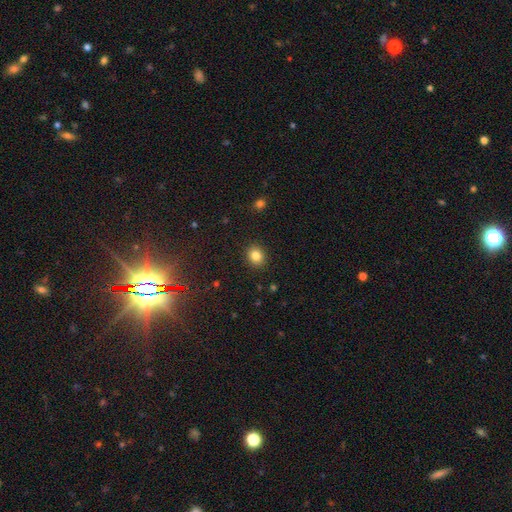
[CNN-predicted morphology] smooth-or-featured: smooth: 83% | star or artifact: 11% | featured or disk: 6%
  how-rounded: round: 70% | in between: 29% | cigar-shaped: 1%
  merging: none: 91% | minor disturbance: 6% | major disturbance: 2% | merger: 1%